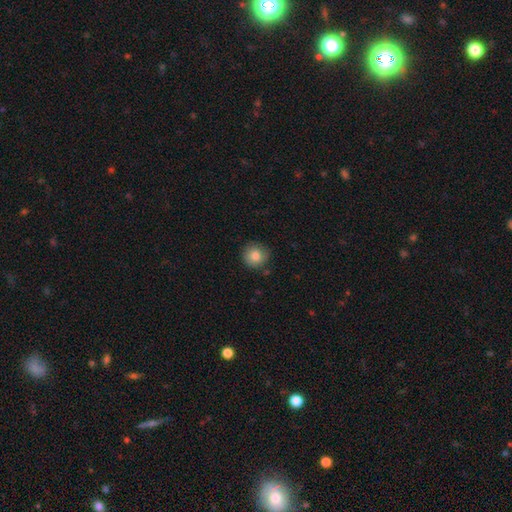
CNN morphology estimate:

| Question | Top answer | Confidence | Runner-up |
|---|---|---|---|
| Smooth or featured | smooth | 82% | star or artifact (9%) |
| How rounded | round | 93% | in between (6%) |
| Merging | none | 83% | minor disturbance (12%) |